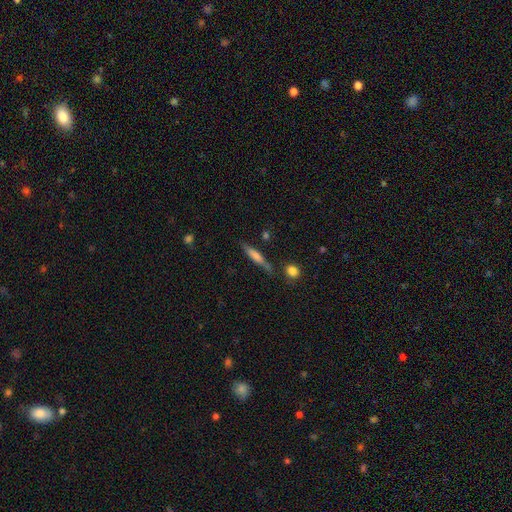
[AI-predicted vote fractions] Morphology: type=smooth (60%); roundness=cigar-shaped (88%); merging=none (74%).